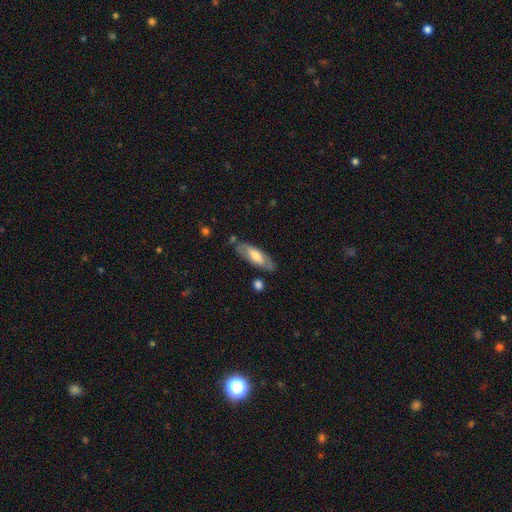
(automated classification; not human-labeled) Overall: smooth (51%; featured or disk 43%). How rounded: in between (64%; cigar-shaped 34%). Merging: none (75%).